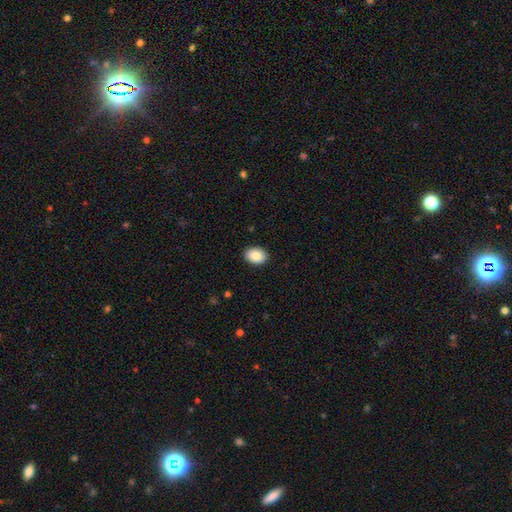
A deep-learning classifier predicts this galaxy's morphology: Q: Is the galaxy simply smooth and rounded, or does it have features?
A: smooth — 87%.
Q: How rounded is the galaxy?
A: in between — 77%.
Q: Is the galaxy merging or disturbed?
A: none — 90%.